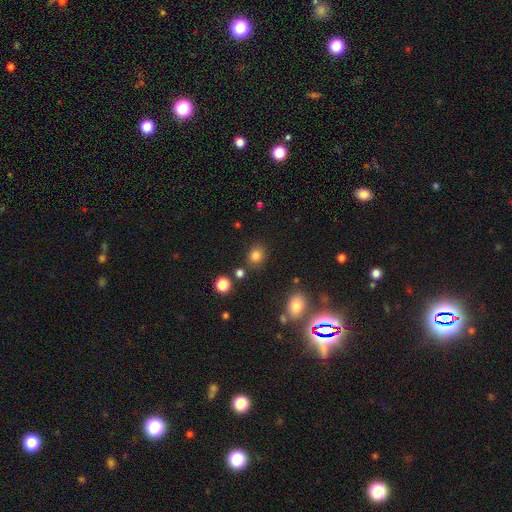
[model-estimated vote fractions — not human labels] Q: Smooth or featured?
A: smooth (81%); runner-up: star or artifact (14%)
Q: How rounded?
A: round (67%); runner-up: in between (32%)
Q: Merging?
A: none (82%); runner-up: minor disturbance (10%)